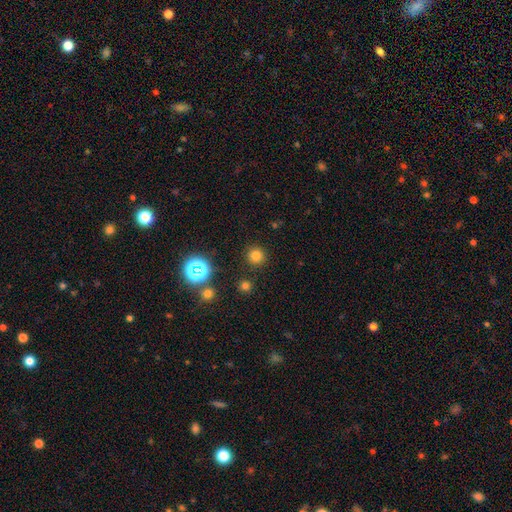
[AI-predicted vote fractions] Morphology: type=smooth (76%); roundness=round (95%); merging=none (90%).